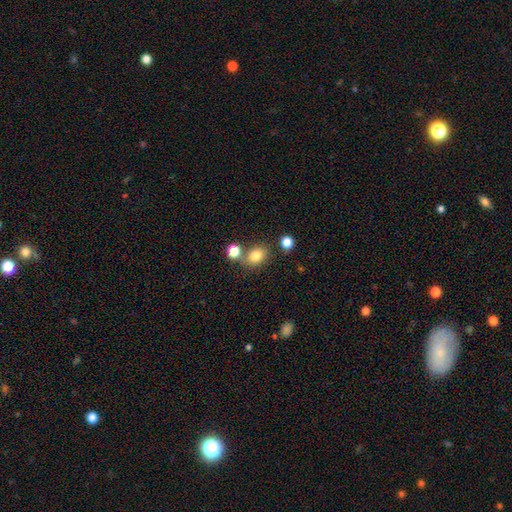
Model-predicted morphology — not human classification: Smooth or featured: smooth — 80% (star or artifact — 12%)
How rounded: round — 50% (in between — 49%)
Merging: none — 67% (merger — 16%)